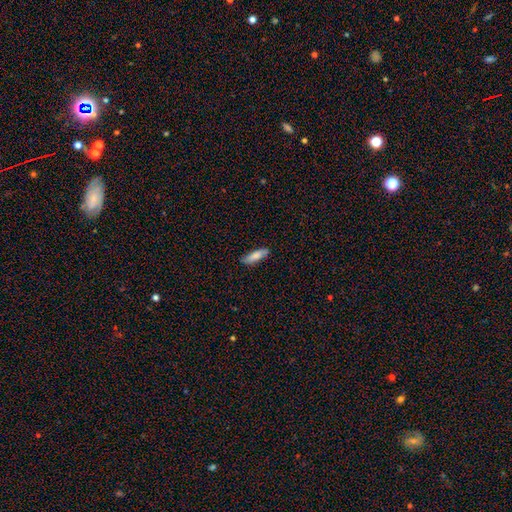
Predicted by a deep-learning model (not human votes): A smooth galaxy with no disk features (81%) that is cigar-shaped (54%). Merging: none (84%).